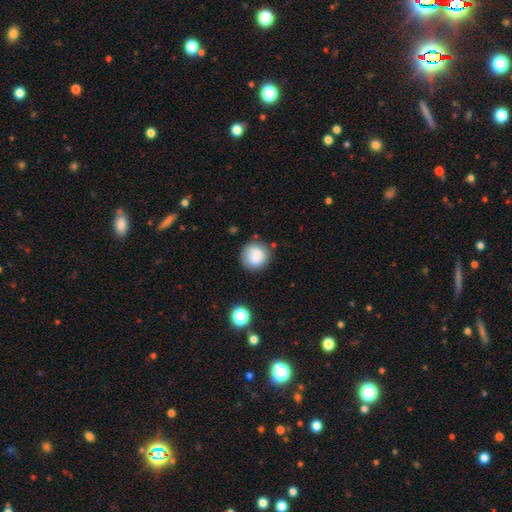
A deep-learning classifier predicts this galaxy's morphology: Overall: smooth (85%). How rounded: round (90%). Merging: none (79%).